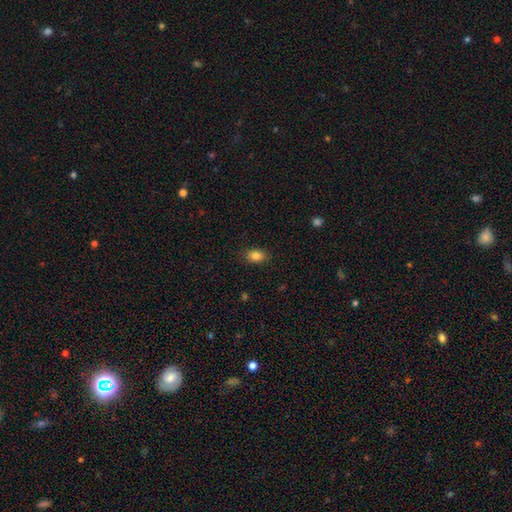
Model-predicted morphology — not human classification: Smooth or featured?
  - smooth: 84% *
  - star or artifact: 10%
  - featured or disk: 7%
How rounded?
  - in between: 81% *
  - round: 17%
  - cigar-shaped: 2%
Merging?
  - none: 86% *
  - minor disturbance: 10%
  - major disturbance: 2%
  - merger: 1%